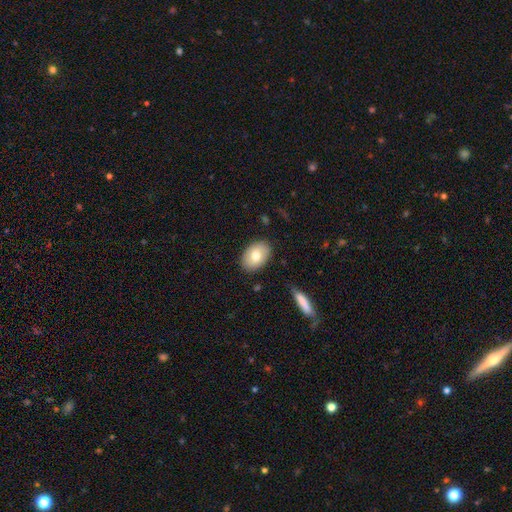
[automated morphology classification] Smooth or featured? Predicted: smooth (p=0.77). How rounded? Predicted: in between (p=0.87). Merging? Predicted: none (p=0.86).